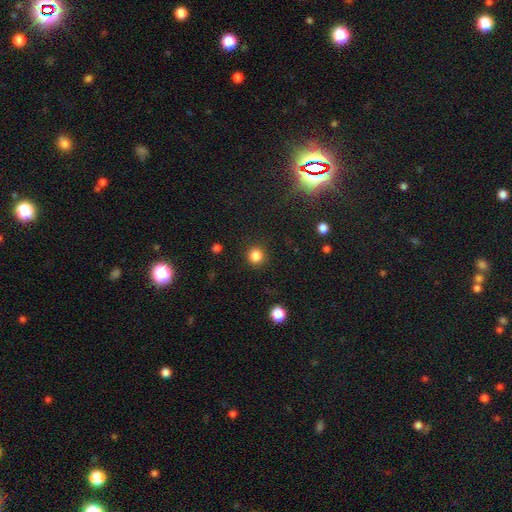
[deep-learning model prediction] smooth-or-featured: smooth: 84% | star or artifact: 12% | featured or disk: 3%
  how-rounded: round: 92% | in between: 7% | cigar-shaped: 1%
  merging: none: 91% | minor disturbance: 6% | major disturbance: 2% | merger: 1%